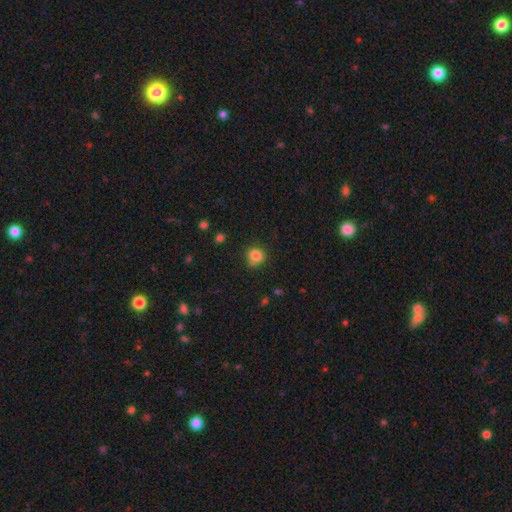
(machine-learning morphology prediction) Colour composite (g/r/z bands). It shows a smooth galaxy with no disk features (83%) that is round (80%). Merging: none (66%).